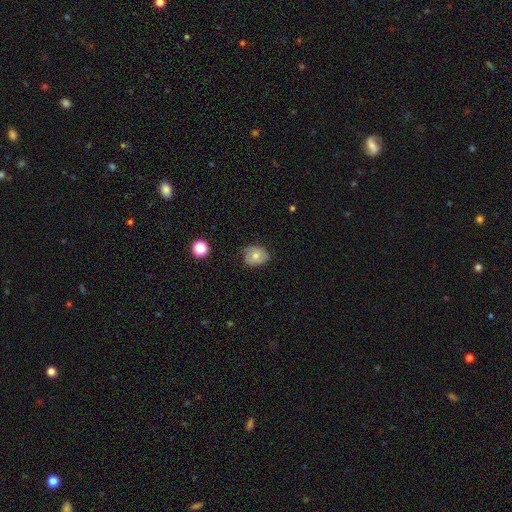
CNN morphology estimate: smooth 64%, featured or disk 27%, star or artifact 9%. Down the decision tree: how rounded — round (53%); merging — none (61%).